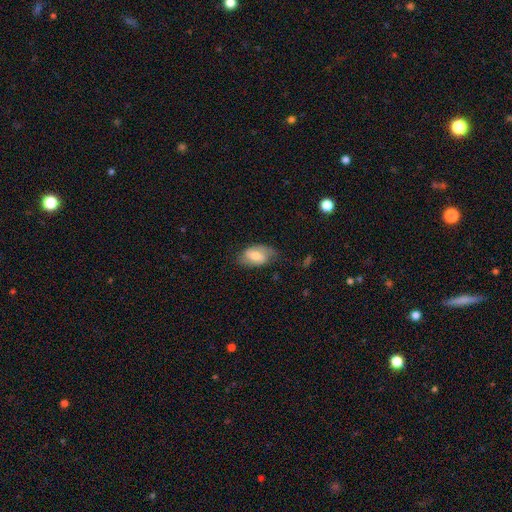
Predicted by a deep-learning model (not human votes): This is possibly a smooth galaxy (51%). How rounded: clearly in between (90%). Merging: likely none (62%).